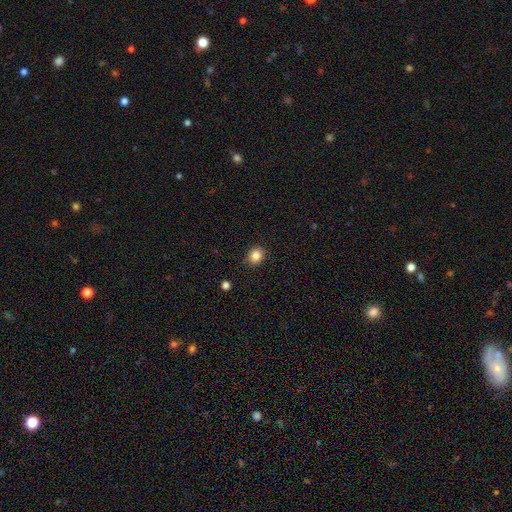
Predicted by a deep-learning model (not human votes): Smooth or featured? Predicted: smooth (p=0.86). How rounded? Predicted: round (p=0.74). Merging? Predicted: none (p=0.89).